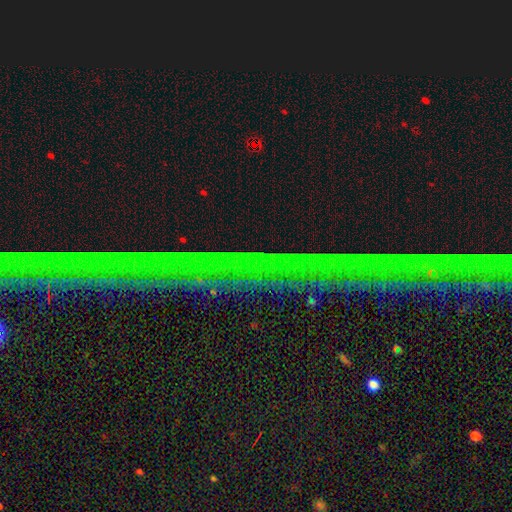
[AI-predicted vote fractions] A star or artifact, not a galaxy (85%).

Vote fractions:
- Smooth or featured? star or artifact: 85% / featured or disk: 8% / smooth: 6%